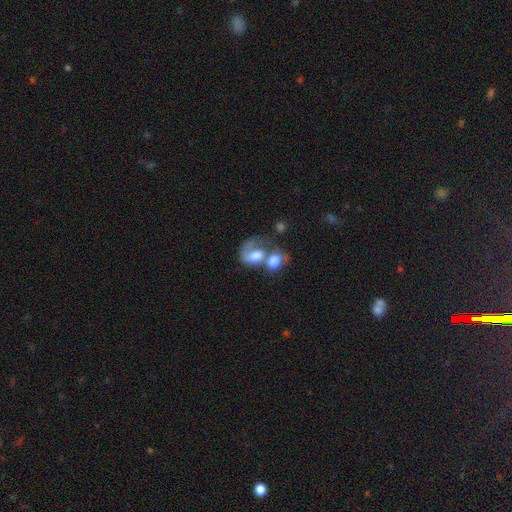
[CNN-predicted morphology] Q: Smooth or featured?
A: smooth (49%); runner-up: featured or disk (43%)
Q: Merging?
A: merger (70%); runner-up: major disturbance (13%)